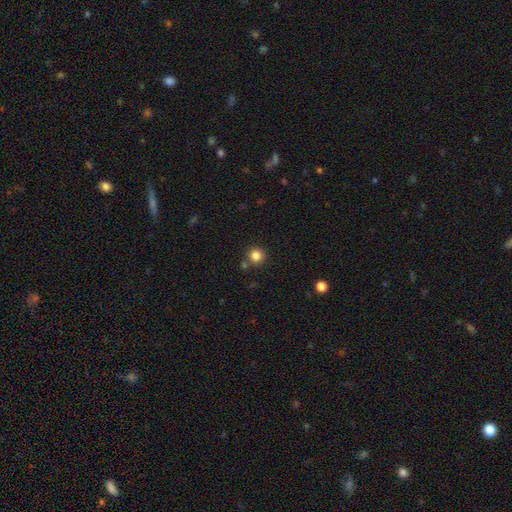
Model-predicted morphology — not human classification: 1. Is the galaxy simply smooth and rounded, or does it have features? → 84% smooth, 12% star or artifact, 5% featured or disk.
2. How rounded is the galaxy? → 94% round, 5% in between, 1% cigar-shaped.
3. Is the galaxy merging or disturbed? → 82% none, 9% merger, 7% minor disturbance, 2% major disturbance.